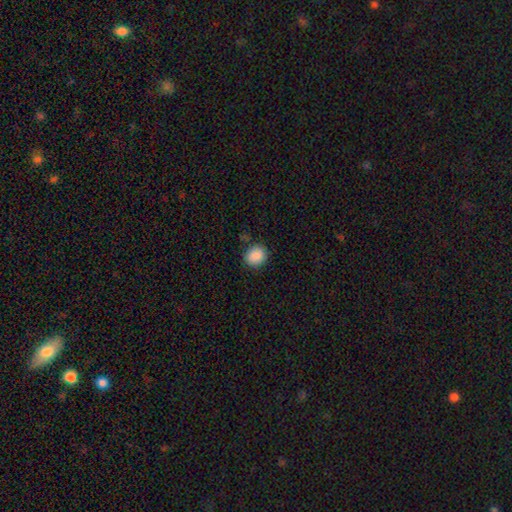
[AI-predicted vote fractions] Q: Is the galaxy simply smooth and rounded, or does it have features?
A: smooth — 89%.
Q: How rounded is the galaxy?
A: round — 71%.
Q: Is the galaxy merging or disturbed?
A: none — 83%.